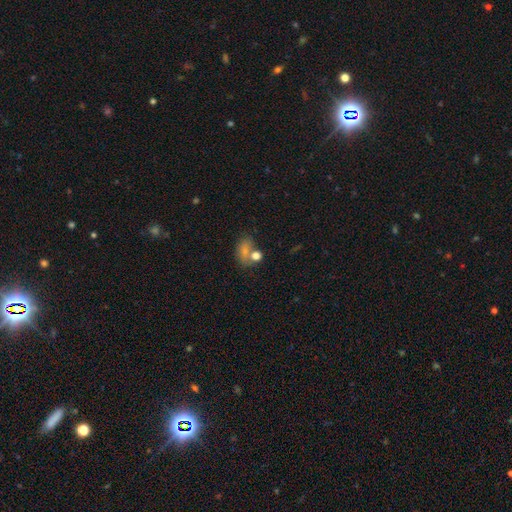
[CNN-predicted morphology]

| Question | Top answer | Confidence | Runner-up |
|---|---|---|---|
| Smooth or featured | smooth | 71% | star or artifact (15%) |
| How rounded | in between | 60% | round (38%) |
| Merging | none | 40% | merger (37%) |